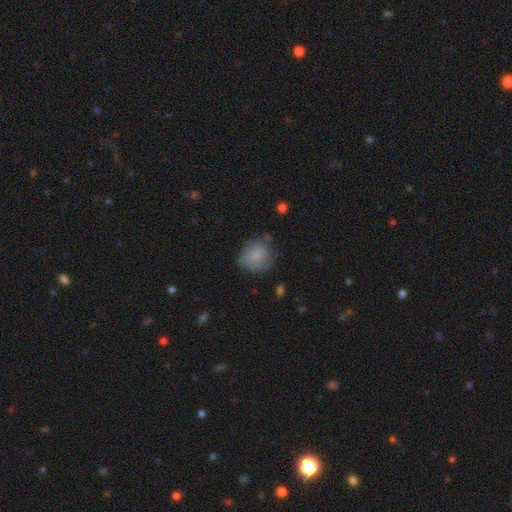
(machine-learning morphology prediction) This is likely a smooth galaxy (78%). How rounded: clearly round (81%). Merging: likely none (63%).